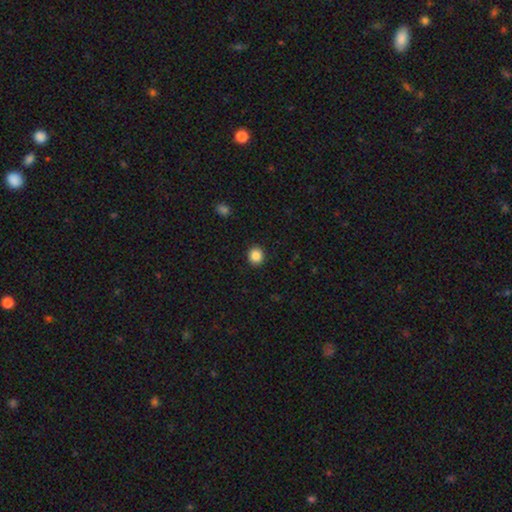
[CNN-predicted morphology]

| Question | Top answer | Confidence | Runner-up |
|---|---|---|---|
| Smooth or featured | smooth | 87% | star or artifact (10%) |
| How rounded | round | 88% | in between (12%) |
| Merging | none | 92% | minor disturbance (5%) |